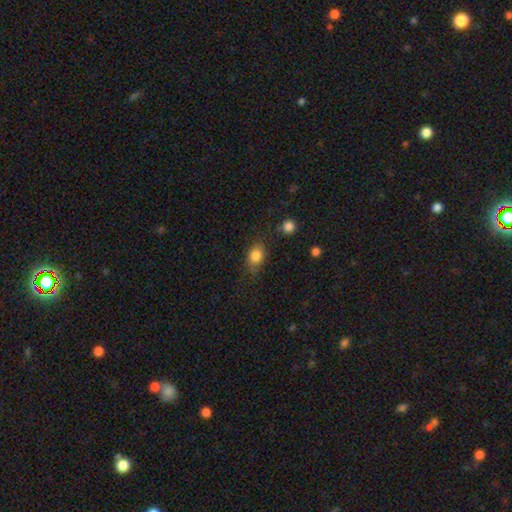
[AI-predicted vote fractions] This appears to be a smooth galaxy with no disk features (83%) that is in between round and cigar-shaped (59%). Merging: none (71%).